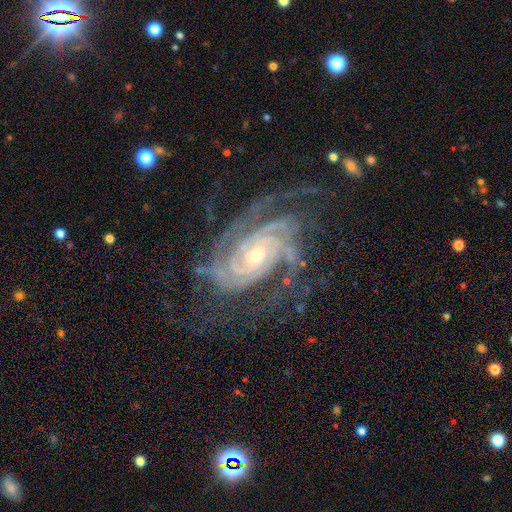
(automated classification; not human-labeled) featured or disk 93%, star or artifact 5%, smooth 2%. Down the decision tree: edge-on disk — no (97%); bar — no (62%); spiral arms — yes (99%); spiral arm count — 3 (26%); spiral winding — tight (73%); bulge size — small (58%); merging — none (69%).